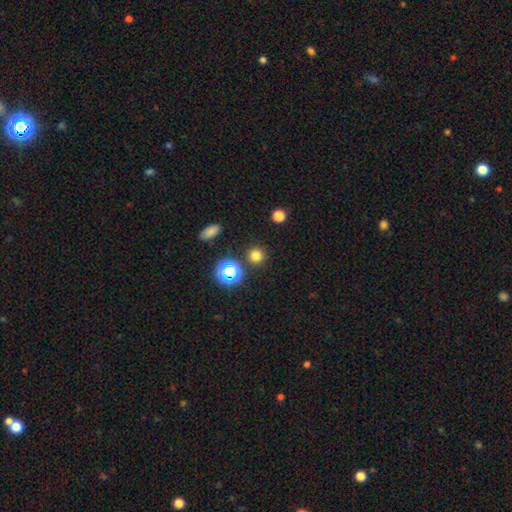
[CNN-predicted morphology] A smooth galaxy with no disk features (73%) that is round (93%).

Vote fractions:
- Smooth or featured? smooth: 73% / star or artifact: 22% / featured or disk: 5%
- How rounded? round: 93% / in between: 6% / cigar-shaped: 1%
- Merging? none: 88% / minor disturbance: 6% / merger: 3% / major disturbance: 3%